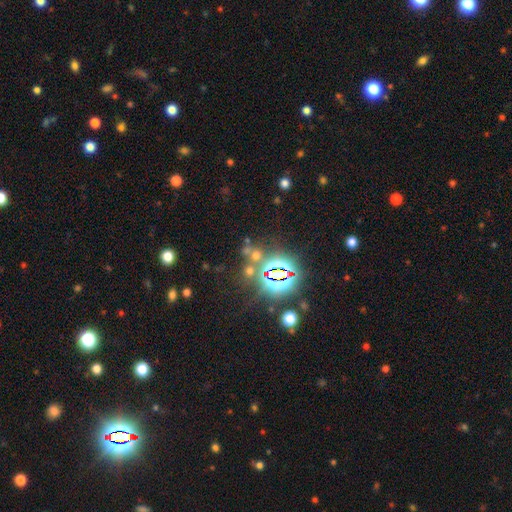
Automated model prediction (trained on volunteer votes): Smooth or featured?
  - star or artifact: 57% *
  - smooth: 33%
  - featured or disk: 10%